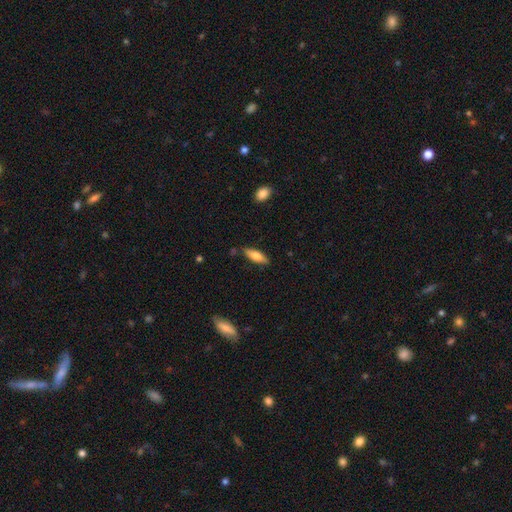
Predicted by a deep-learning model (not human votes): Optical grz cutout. It shows a smooth galaxy with no disk features (69%) that is in between round and cigar-shaped (57%). Merging: none (83%).